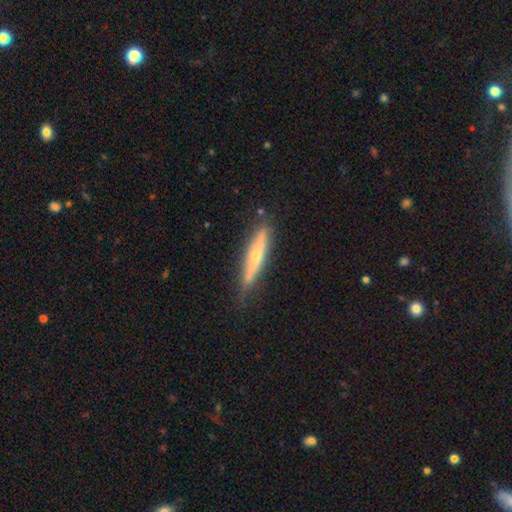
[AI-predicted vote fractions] Morphology: type=featured or disk (56%); edge-on=yes (90%); edge-on bulge=rounded (76%); merging=none (79%).